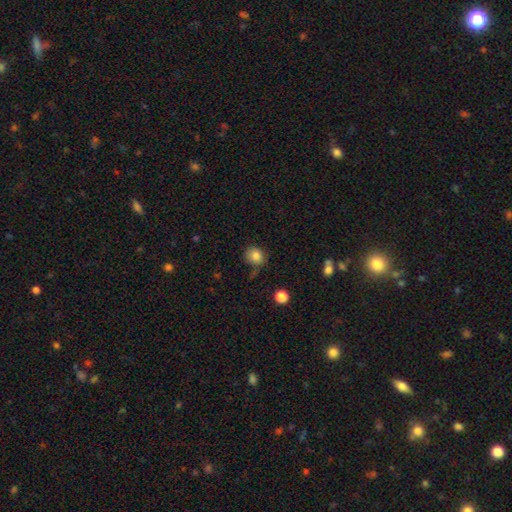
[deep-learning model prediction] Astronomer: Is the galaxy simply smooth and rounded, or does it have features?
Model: smooth — 83%.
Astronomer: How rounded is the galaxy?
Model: round — 75%.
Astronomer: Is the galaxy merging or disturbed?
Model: none — 72%.